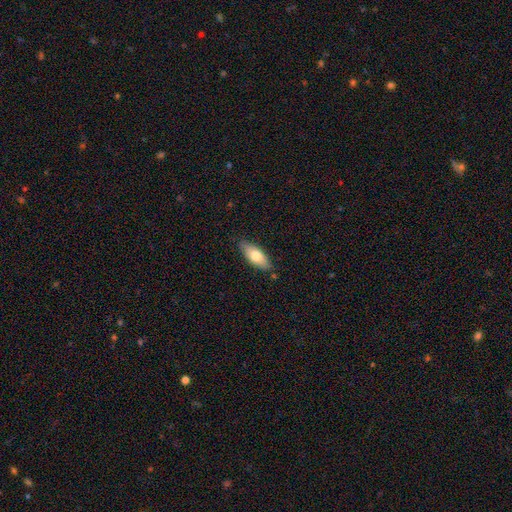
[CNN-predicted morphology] Smooth or featured: smooth — 72% (featured or disk — 22%)
How rounded: in between — 78% (cigar-shaped — 20%)
Merging: none — 85% (minor disturbance — 12%)